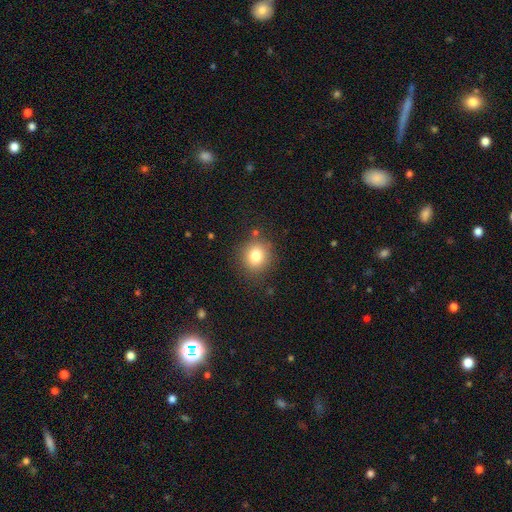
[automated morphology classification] Smooth or featured? smooth (79%)
How rounded? round (82%)
Merging? none (83%)